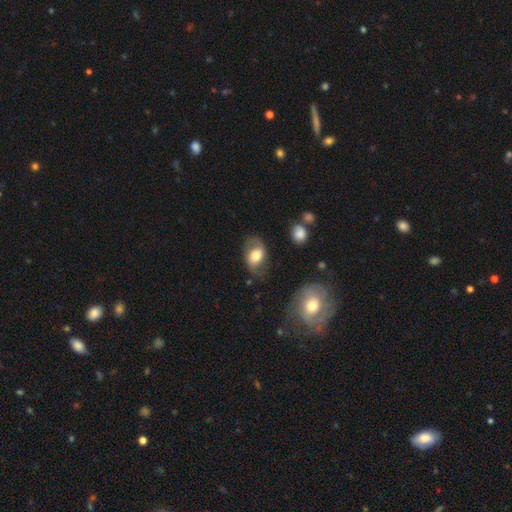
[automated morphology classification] Smooth or featured: smooth — 48% (featured or disk — 44%)
Merging: none — 65% (minor disturbance — 22%)